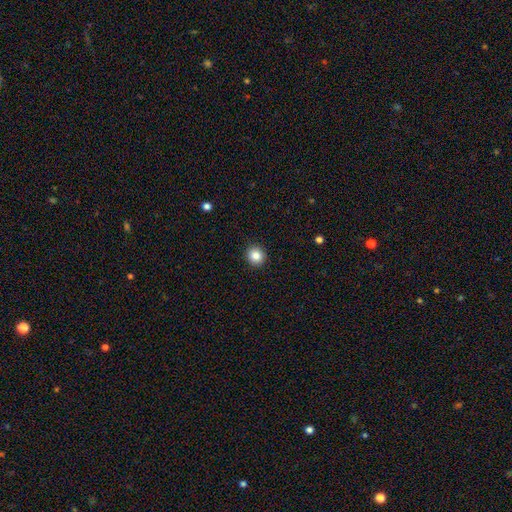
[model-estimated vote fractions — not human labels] Morphology: type=smooth (85%); roundness=round (91%); merging=none (92%).